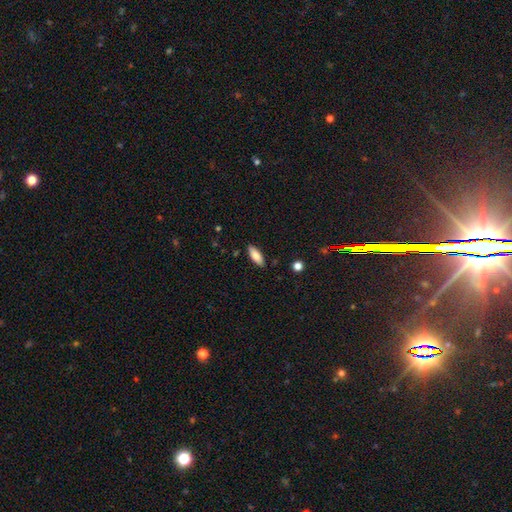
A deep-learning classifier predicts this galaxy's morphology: Smooth or featured?
  - smooth: 82% *
  - featured or disk: 12%
  - star or artifact: 6%
How rounded?
  - in between: 69% *
  - cigar-shaped: 29%
  - round: 2%
Merging?
  - none: 87% *
  - minor disturbance: 9%
  - major disturbance: 2%
  - merger: 1%